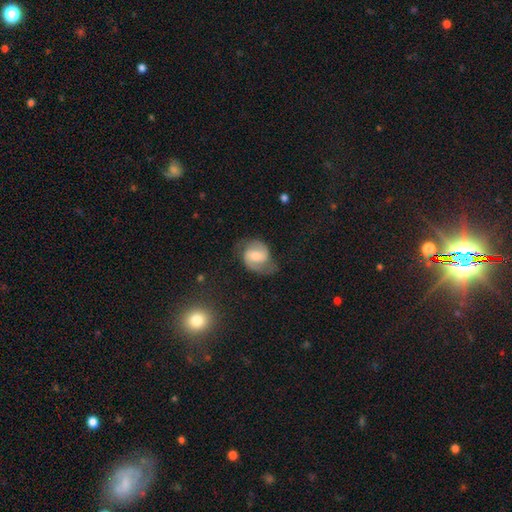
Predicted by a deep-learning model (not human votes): Morphology: type=featured or disk (70%); edge-on=no (98%); bar=weak (51%); spiral arms=yes (92%); winding=medium (52%); arm count=2 (86%); bulge=moderate (56%); merging=none (61%).